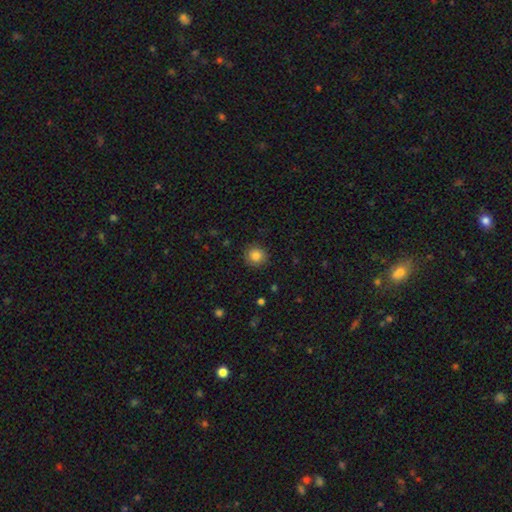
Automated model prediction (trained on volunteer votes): This appears to be a smooth galaxy with no disk features (83%) that is round (91%). Merging: none (90%).